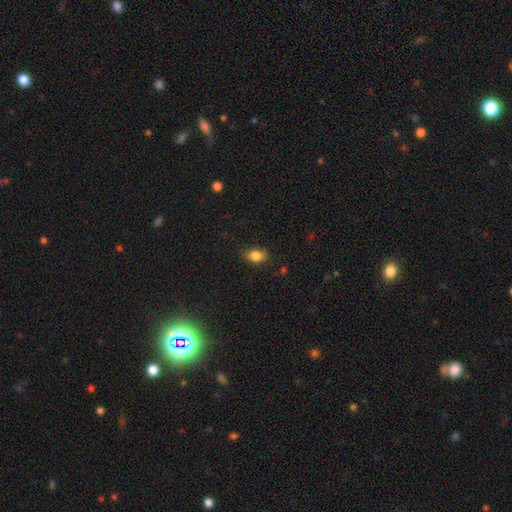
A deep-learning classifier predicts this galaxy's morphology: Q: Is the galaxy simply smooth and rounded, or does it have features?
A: smooth — 84%.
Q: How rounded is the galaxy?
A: in between — 75%.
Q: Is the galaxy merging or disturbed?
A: none — 81%.